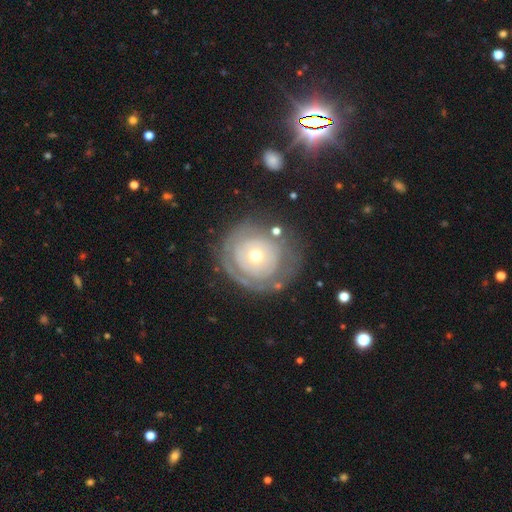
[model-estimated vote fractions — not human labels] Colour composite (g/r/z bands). It shows a featured or disk galaxy (63%) with no bar (90%), no spiral arms (55%) and a small central bulge (48%). Merging: none (70%).